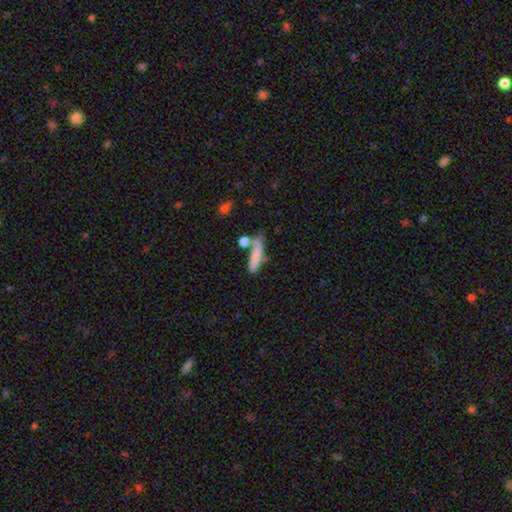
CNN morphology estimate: This is likely a smooth galaxy (75%). How rounded: likely cigar-shaped (80%). Merging: possibly none (55%).